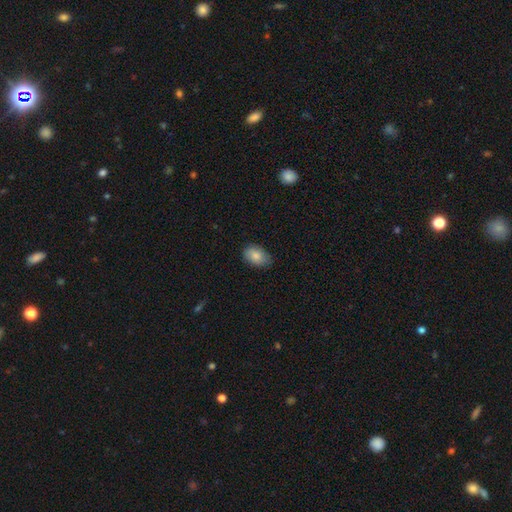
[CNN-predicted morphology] type=smooth (84%); roundness=in between (86%); merging=none (77%).